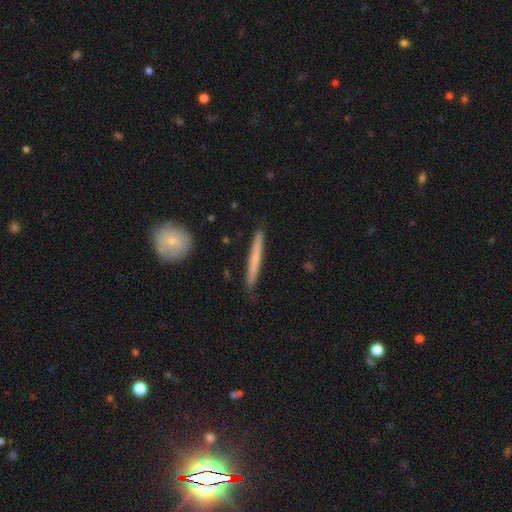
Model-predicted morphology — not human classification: Smooth or featured? smooth (57%)
How rounded? cigar-shaped (96%)
Merging? none (88%)